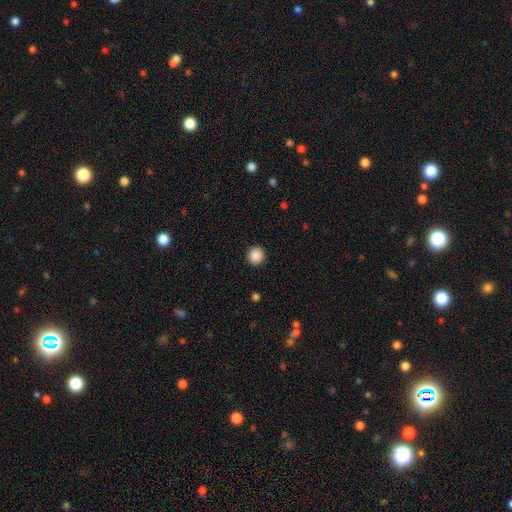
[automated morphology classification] This is clearly a smooth galaxy (88%). How rounded: clearly round (94%). Merging: clearly none (92%).